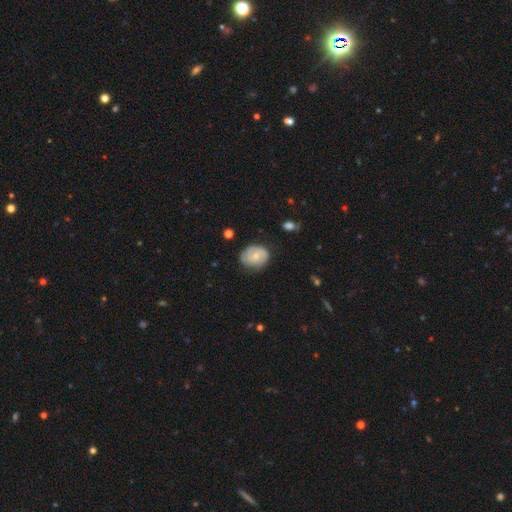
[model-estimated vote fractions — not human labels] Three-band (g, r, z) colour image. It shows a featured or disk galaxy (50%). Merging: none (69%).